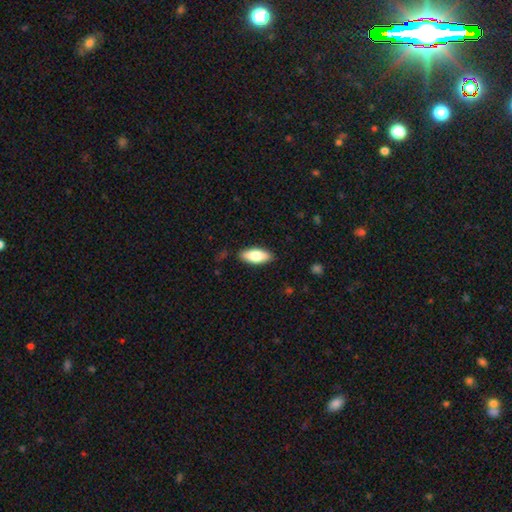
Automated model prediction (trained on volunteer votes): This appears to be a smooth galaxy with no disk features (76%) that is in between round and cigar-shaped (81%). Merging: none (87%).